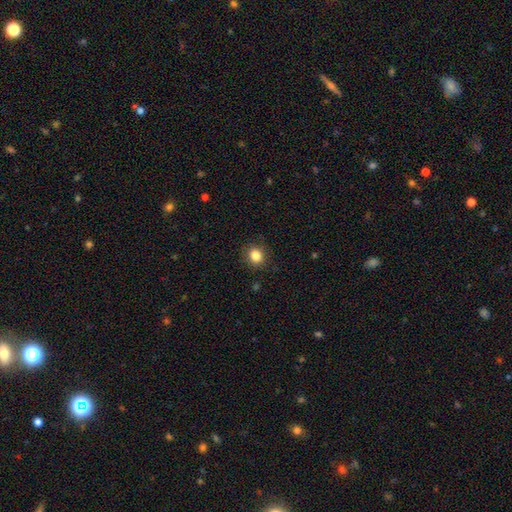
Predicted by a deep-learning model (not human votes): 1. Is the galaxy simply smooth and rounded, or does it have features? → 84% smooth, 11% star or artifact, 5% featured or disk.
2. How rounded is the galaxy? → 77% round, 22% in between, 1% cigar-shaped.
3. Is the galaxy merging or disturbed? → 88% none, 9% minor disturbance, 3% major disturbance, 1% merger.